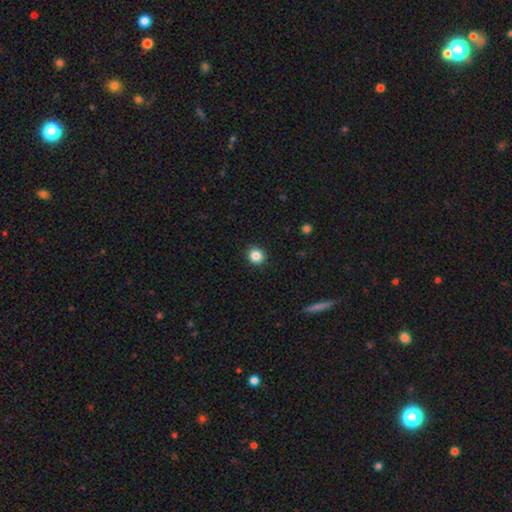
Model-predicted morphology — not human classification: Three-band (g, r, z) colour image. It shows a smooth galaxy with no disk features (85%) that is round (91%). Merging: none (93%).